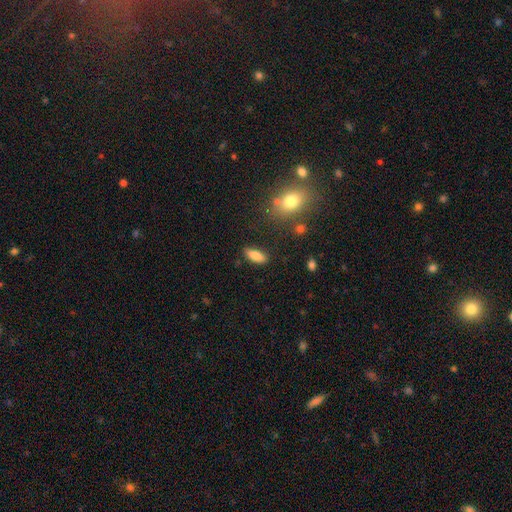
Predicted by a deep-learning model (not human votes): This appears to be a smooth galaxy with no disk features (84%) that is in between round and cigar-shaped (75%). Merging: none (84%).